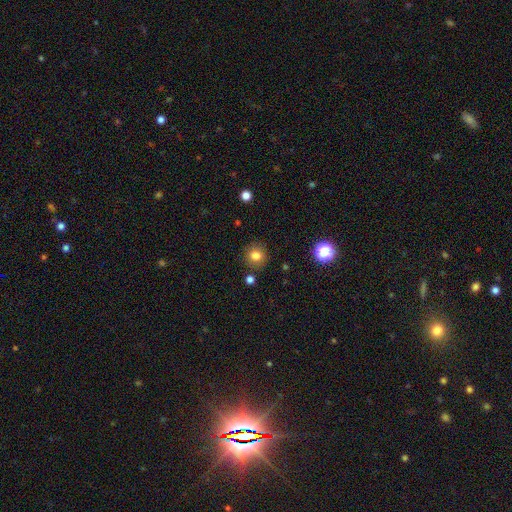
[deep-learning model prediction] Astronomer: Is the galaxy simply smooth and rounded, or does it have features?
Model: smooth — 80%.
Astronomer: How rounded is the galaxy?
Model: round — 89%.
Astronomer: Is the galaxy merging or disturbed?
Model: none — 86%.